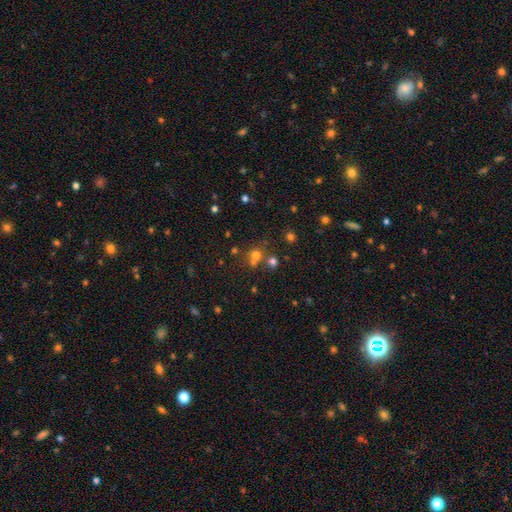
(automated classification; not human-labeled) A smooth galaxy with no disk features (65%) that is round (88%). Merging: none (59%).